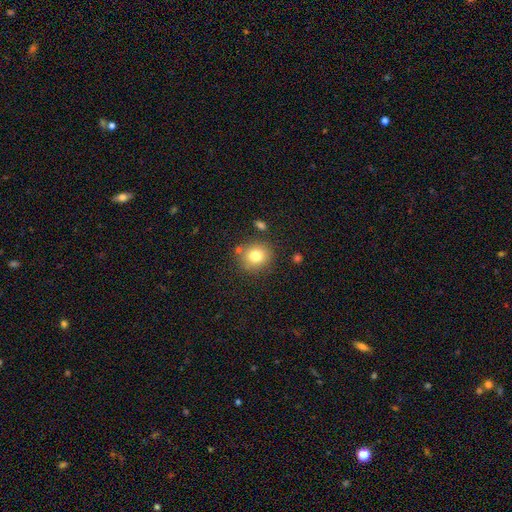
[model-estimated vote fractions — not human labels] Smooth or featured: smooth — 79% (star or artifact — 11%)
How rounded: round — 81% (in between — 18%)
Merging: none — 79% (minor disturbance — 11%)